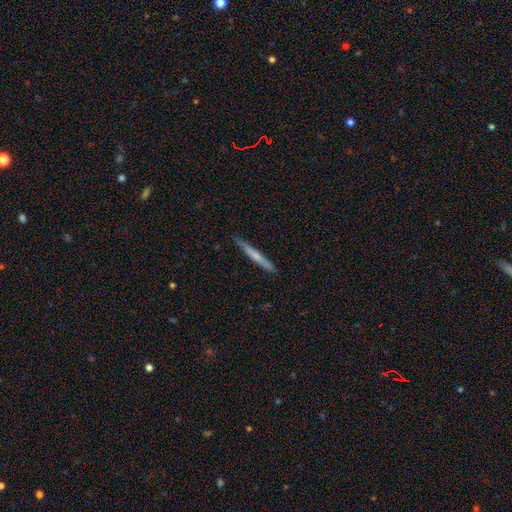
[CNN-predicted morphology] This appears to be a smooth galaxy with no disk features (57%) that is cigar-shaped (96%). Merging: none (87%).